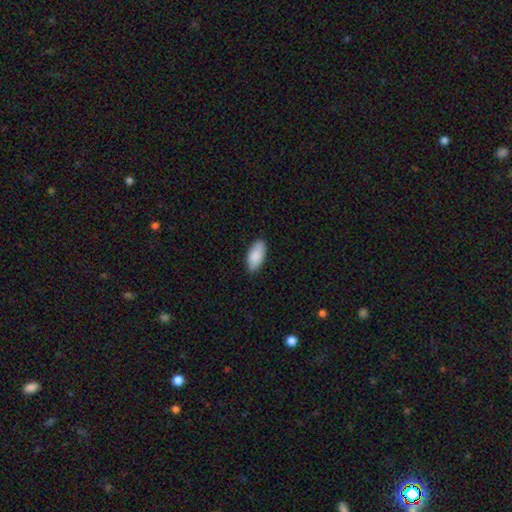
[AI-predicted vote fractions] A smooth galaxy with no disk features (89%) that is in between round and cigar-shaped (91%). Merging: none (86%).